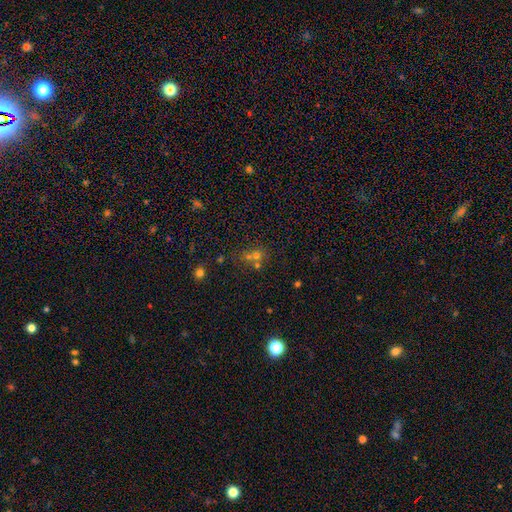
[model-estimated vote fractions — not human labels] Smooth or featured? Predicted: smooth (p=0.47). Merging? Predicted: none (p=0.47).